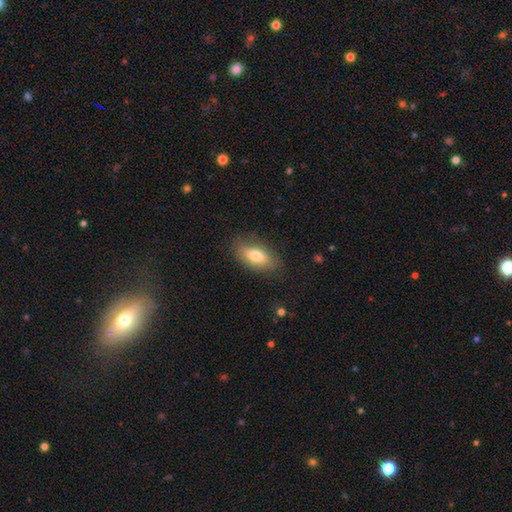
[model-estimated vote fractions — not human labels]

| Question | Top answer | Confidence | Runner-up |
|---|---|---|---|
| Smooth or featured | smooth | 75% | featured or disk (18%) |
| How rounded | in between | 86% | cigar-shaped (9%) |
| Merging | none | 81% | minor disturbance (14%) |